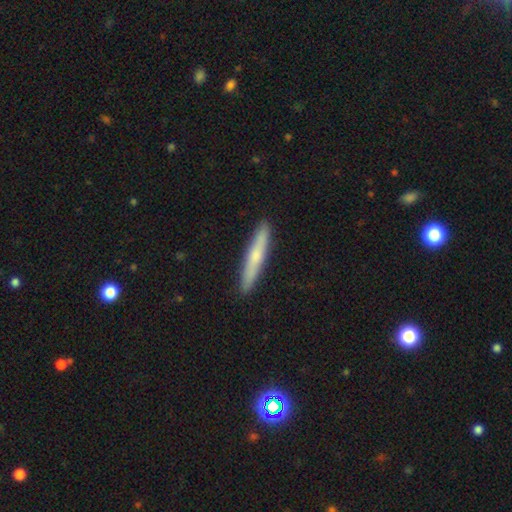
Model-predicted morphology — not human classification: A smooth galaxy with no disk features (56%) that is cigar-shaped (94%). Merging: none (91%).